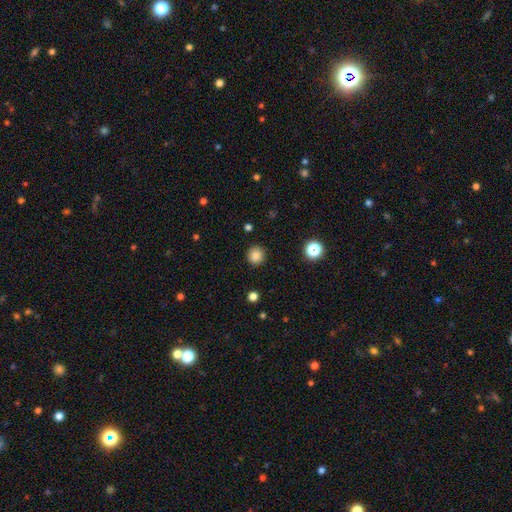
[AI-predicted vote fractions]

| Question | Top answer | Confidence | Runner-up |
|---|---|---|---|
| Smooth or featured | smooth | 84% | star or artifact (12%) |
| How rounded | round | 93% | in between (6%) |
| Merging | none | 90% | minor disturbance (6%) |